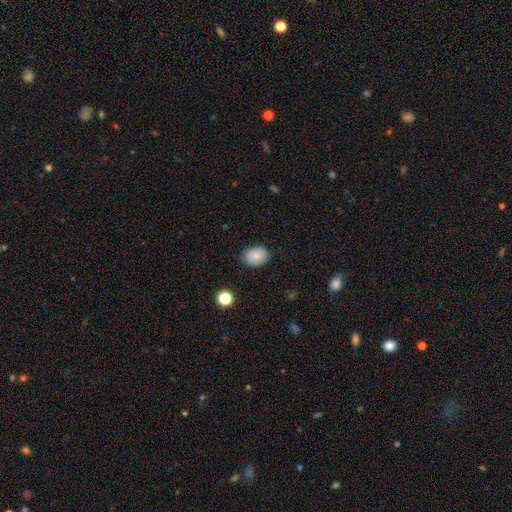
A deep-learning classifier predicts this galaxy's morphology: Smooth or featured? Predicted: smooth (p=0.83). How rounded? Predicted: in between (p=0.63). Merging? Predicted: none (p=0.81).